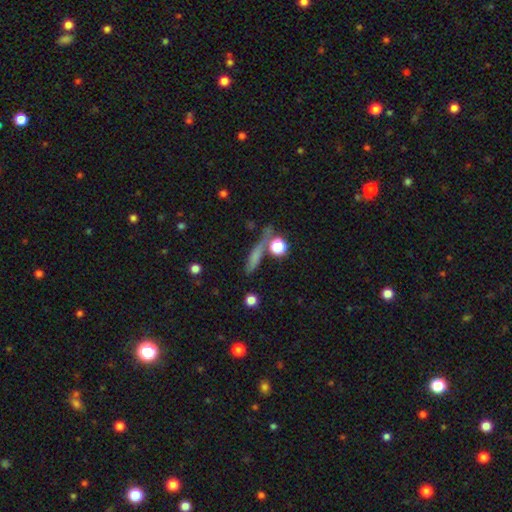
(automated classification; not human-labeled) Smooth or featured? Predicted: smooth (p=0.61). How rounded? Predicted: cigar-shaped (p=0.70). Merging? Predicted: none (p=0.63).